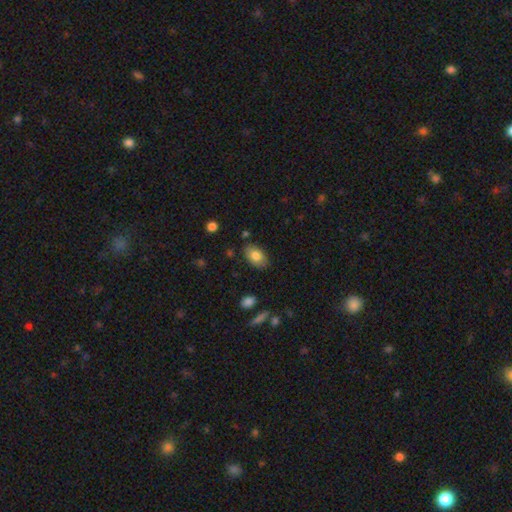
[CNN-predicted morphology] This is likely a smooth galaxy (80%). How rounded: clearly in between (91%). Merging: clearly none (83%).